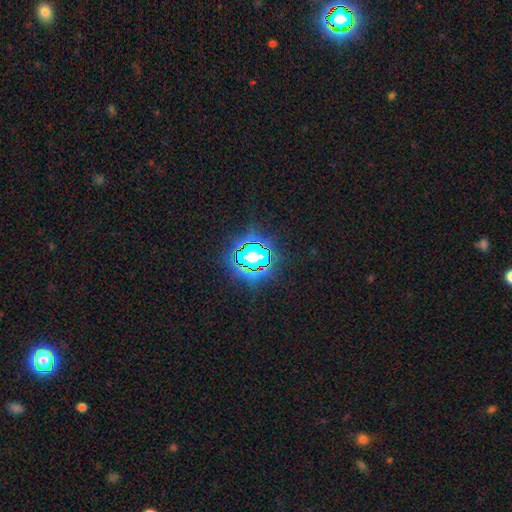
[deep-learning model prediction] This is likely a star or artifact rather than a galaxy (67%).